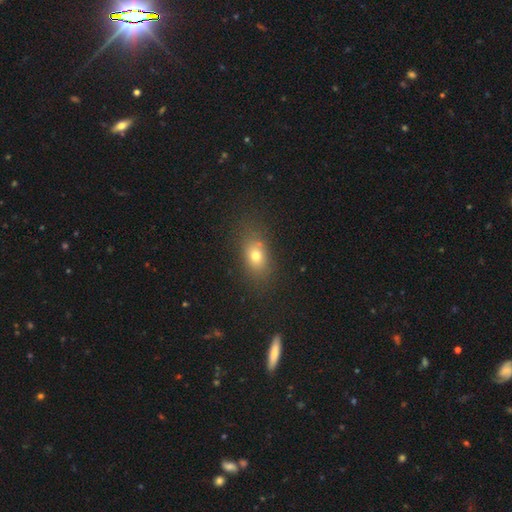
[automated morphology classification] Smooth or featured? Predicted: smooth (p=0.73). How rounded? Predicted: in between (p=0.72). Merging? Predicted: none (p=0.74).